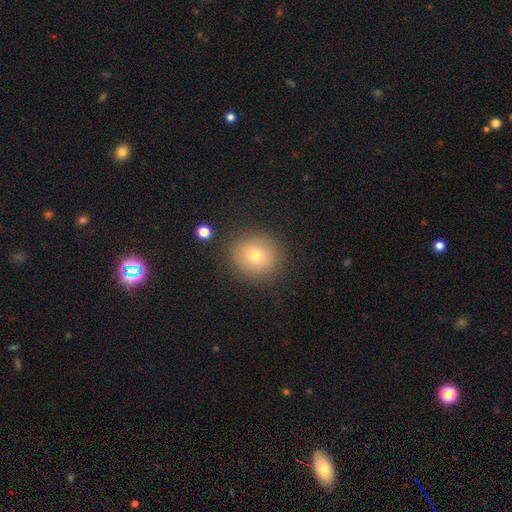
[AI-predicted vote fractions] smooth-or-featured: smooth: 73% | featured or disk: 14% | star or artifact: 13%
  how-rounded: round: 88% | in between: 11% | cigar-shaped: 1%
  merging: none: 86% | minor disturbance: 9% | major disturbance: 3% | merger: 2%